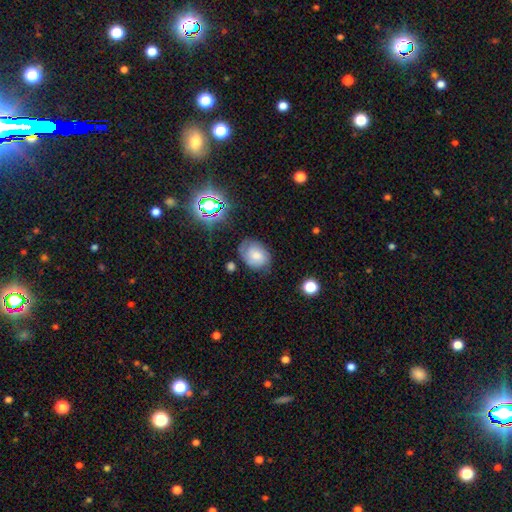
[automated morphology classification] smooth 51%, featured or disk 37%, star or artifact 12%. Down the decision tree: how rounded — in between (65%); merging — none (63%).